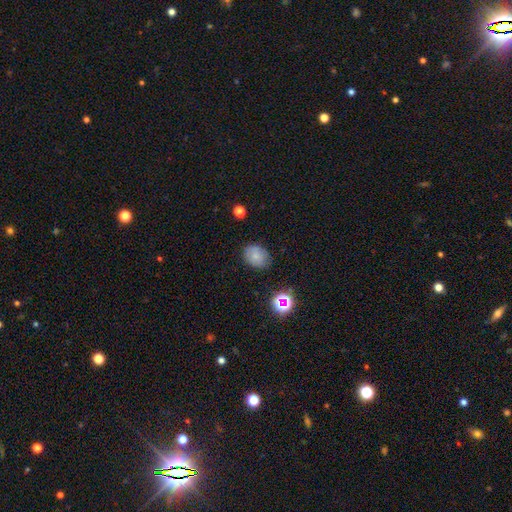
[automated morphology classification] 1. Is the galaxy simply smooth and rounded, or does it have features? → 74% smooth, 13% featured or disk, 13% star or artifact.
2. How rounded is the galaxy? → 59% in between, 40% round, 1% cigar-shaped.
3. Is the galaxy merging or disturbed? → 78% none, 16% minor disturbance, 4% major disturbance, 2% merger.